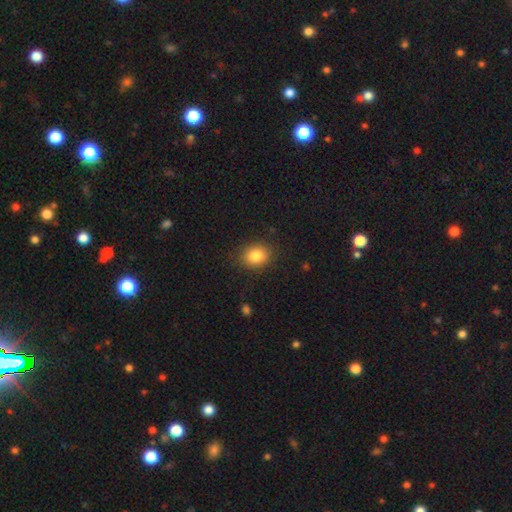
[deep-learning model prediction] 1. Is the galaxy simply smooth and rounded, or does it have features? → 84% smooth, 9% star or artifact, 7% featured or disk.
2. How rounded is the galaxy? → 53% in between, 46% round, 1% cigar-shaped.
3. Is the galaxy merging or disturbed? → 85% none, 11% minor disturbance, 3% major disturbance, 1% merger.